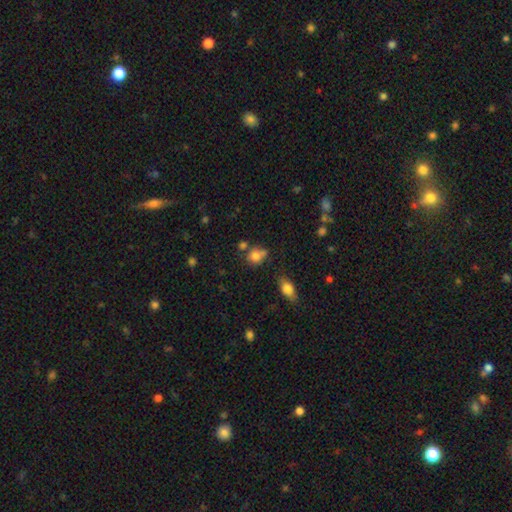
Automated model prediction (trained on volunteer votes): This appears to be a smooth galaxy with no disk features (78%) that is round (66%). Merging: none (52%).